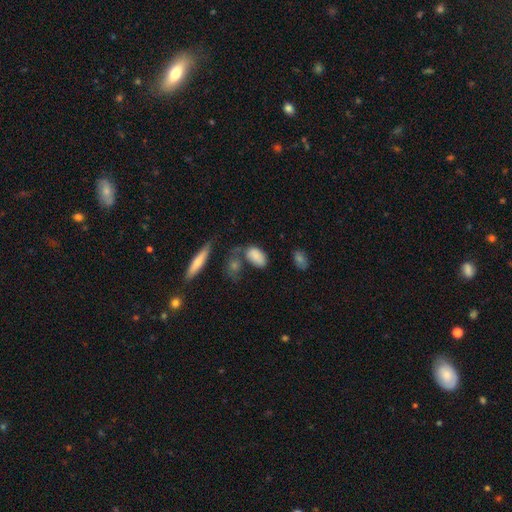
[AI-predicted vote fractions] A smooth galaxy with no disk features (82%) that is in between round and cigar-shaped (92%).

Vote fractions:
- Smooth or featured? smooth: 82% / featured or disk: 10% / star or artifact: 8%
- How rounded? in between: 92% / round: 5% / cigar-shaped: 4%
- Merging? none: 51% / minor disturbance: 22% / merger: 18% / major disturbance: 10%